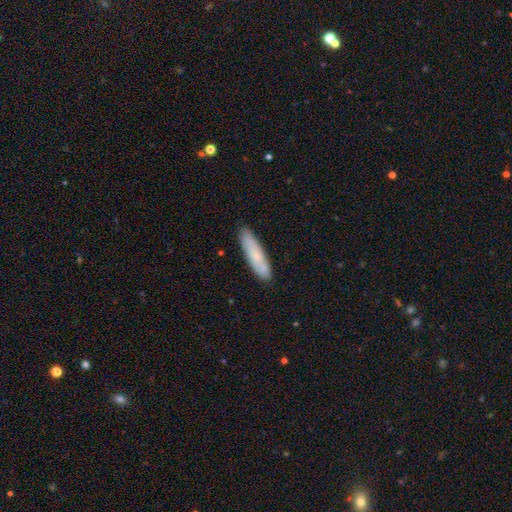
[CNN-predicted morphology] Smooth or featured? Predicted: smooth (p=0.74). How rounded? Predicted: cigar-shaped (p=0.79). Merging? Predicted: none (p=0.87).